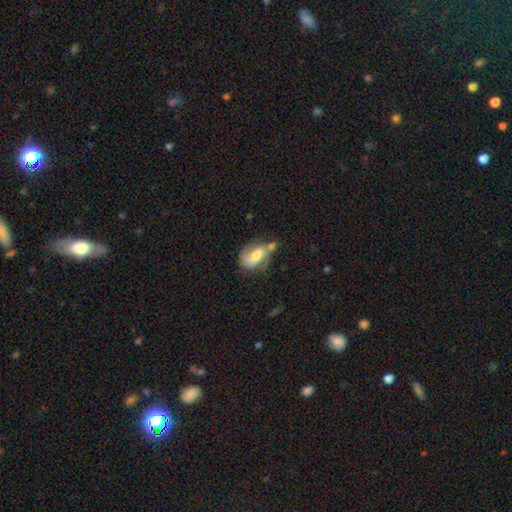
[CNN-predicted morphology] featured or disk 51%, smooth 41%, star or artifact 8%. Down the decision tree: edge-on disk — no (94%); merging — none (41%).